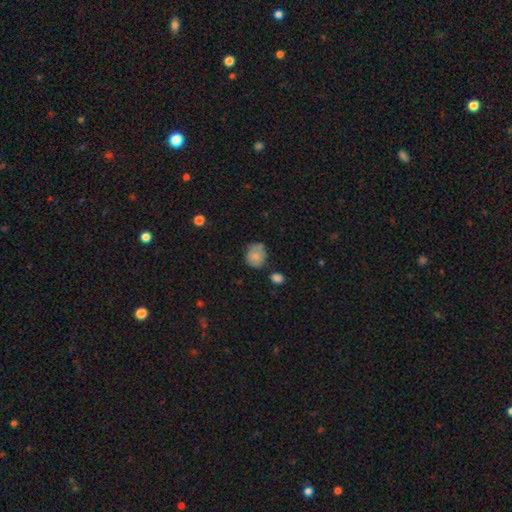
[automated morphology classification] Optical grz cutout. It shows a smooth galaxy with no disk features (76%) that is round (69%). Merging: none (55%).